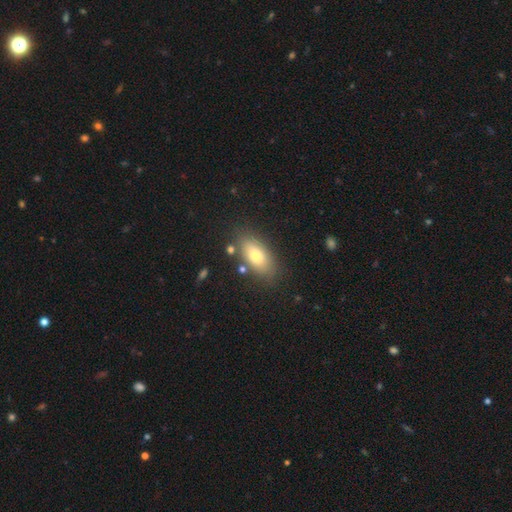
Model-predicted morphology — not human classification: A smooth galaxy with no disk features (75%) that is in between round and cigar-shaped (87%). Merging: none (80%).